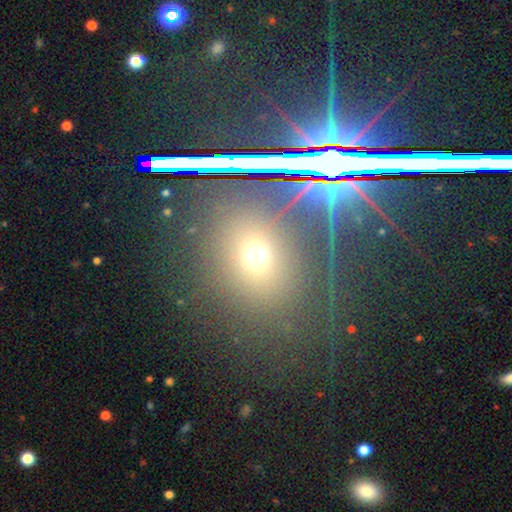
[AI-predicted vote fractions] Smooth or featured: smooth — 57% (star or artifact — 30%)
How rounded: round — 60% (in between — 37%)
Merging: none — 73% (minor disturbance — 11%)